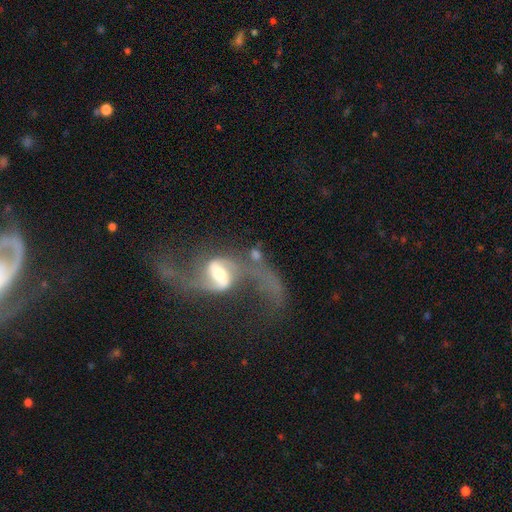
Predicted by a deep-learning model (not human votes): A featured or disk galaxy (81%) with a strong bar (42%), 2 (87%) loose (83%) spiral arms (90%) and a moderate central bulge (50%).

Vote fractions:
- Smooth or featured? featured or disk: 81% / smooth: 12% / star or artifact: 7%
- Edge-on disk? no: 95% / yes: 5%
- Bar? strong: 42% / weak: 41% / no: 16%
- Spiral arms? yes: 90% / no: 10%
- Spiral winding? loose: 83% / medium: 14% / tight: 4%
- Spiral arm count? 2: 87% / 1: 6% / can't tell: 3% / 3: 1% / 4: 1% / more than 4: 1%
- Bulge size? moderate: 50% / small: 28% / large: 14% / none: 5% / dominant: 3%
- Merging? none: 36% / major disturbance: 29% / merger: 23% / minor disturbance: 12%